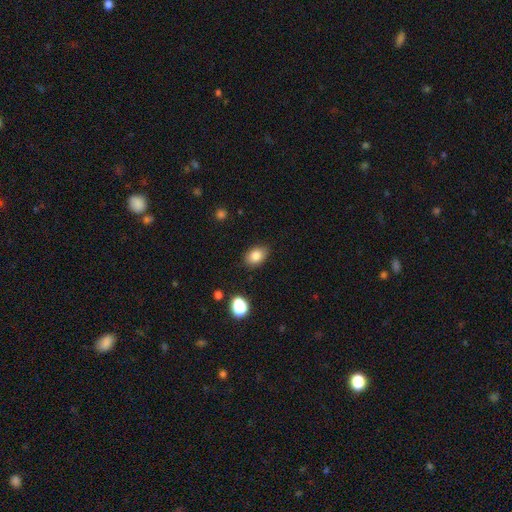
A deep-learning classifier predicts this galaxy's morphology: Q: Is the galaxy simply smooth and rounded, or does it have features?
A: smooth — 83%.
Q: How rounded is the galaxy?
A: in between — 80%.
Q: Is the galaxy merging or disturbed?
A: none — 84%.